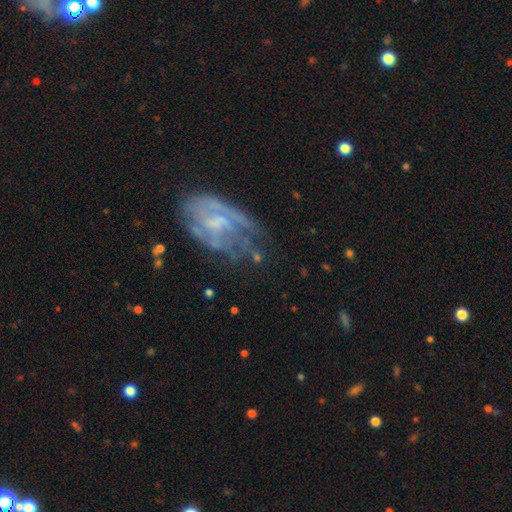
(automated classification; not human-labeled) Smooth or featured: featured or disk — 71% (smooth — 20%)
Edge-on disk: no — 95% (yes — 5%)
Bar: no — 50% (weak — 40%)
Spiral arms: yes — 70% (no — 30%)
Bulge size: small — 35% (tied with none — 35%)
Merging: none — 47% (minor disturbance — 26%)